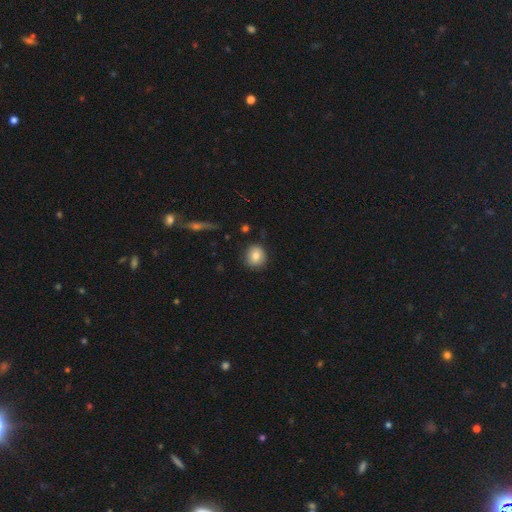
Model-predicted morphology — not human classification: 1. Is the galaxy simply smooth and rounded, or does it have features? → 81% smooth, 10% featured or disk, 9% star or artifact.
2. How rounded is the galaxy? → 84% round, 15% in between, 1% cigar-shaped.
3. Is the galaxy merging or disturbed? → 84% none, 12% minor disturbance, 3% major disturbance, 2% merger.